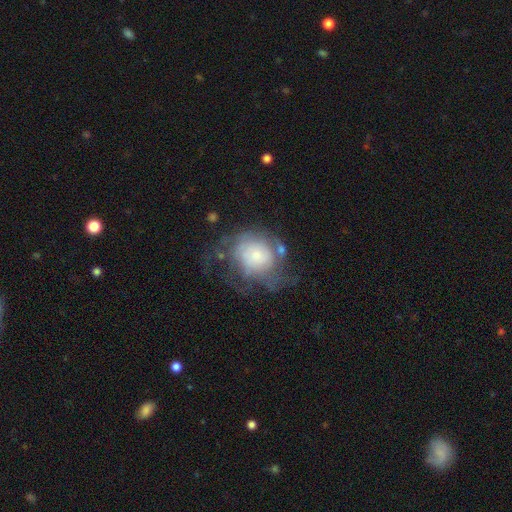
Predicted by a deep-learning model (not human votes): The model was most divided on "merging": none: 40%, major disturbance: 31%, minor disturbance: 24%, merger: 5%. Remaining: edge-on disk — no (97%); bar — no (83%); spiral arms — yes (61%); smooth or featured — featured or disk (55%); bulge size — small (43%).